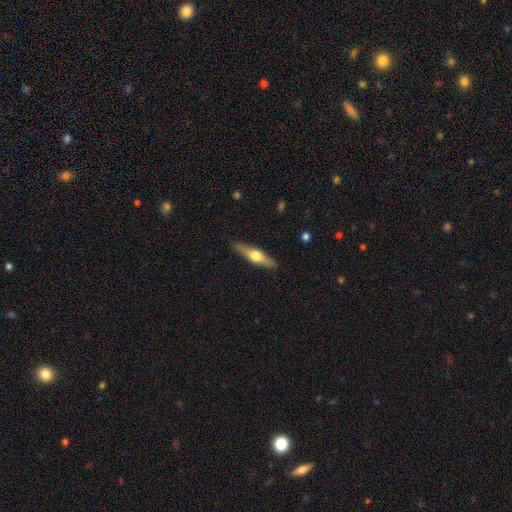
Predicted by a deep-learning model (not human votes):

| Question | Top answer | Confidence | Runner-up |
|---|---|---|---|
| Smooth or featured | featured or disk | 59% | smooth (36%) |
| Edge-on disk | yes | 94% | no (6%) |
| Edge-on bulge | rounded | 94% | boxy (4%) |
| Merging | none | 89% | minor disturbance (8%) |